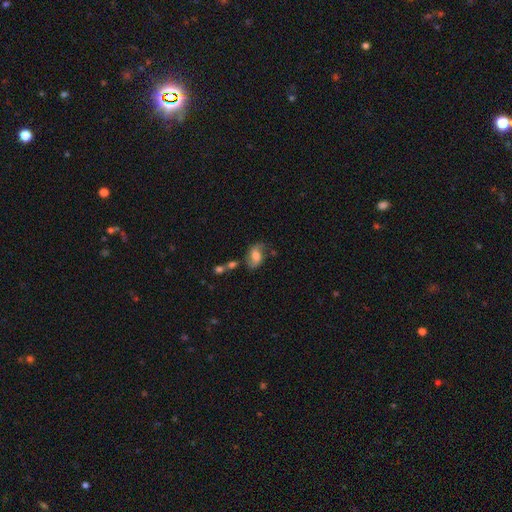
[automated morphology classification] This appears to be a featured or disk galaxy (53%) with no bar (42%, tied with weak), spiral arms (86%) and a moderate central bulge (40%). Merging: none (55%).